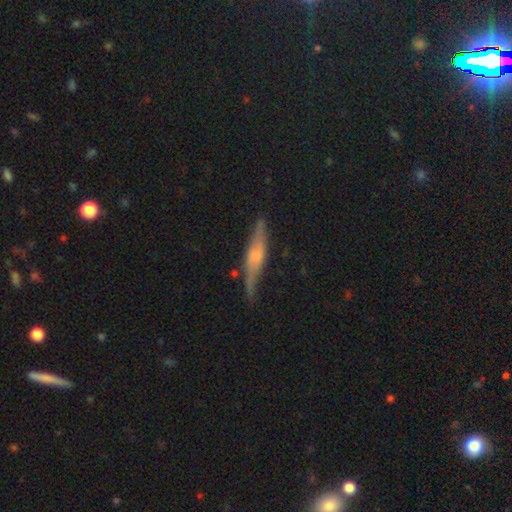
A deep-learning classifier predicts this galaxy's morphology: This appears to be a featured or disk galaxy (61%) viewed edge-on (90%) with a rounded central bulge (58%). Merging: none (72%).